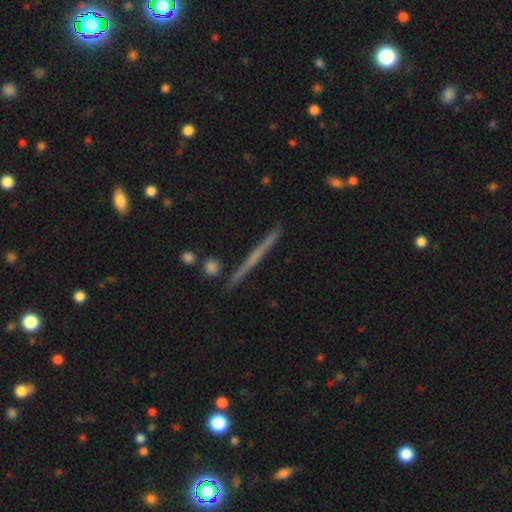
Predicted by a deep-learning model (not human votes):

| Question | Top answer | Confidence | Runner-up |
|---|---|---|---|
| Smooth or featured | featured or disk | 58% | smooth (35%) |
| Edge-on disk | yes | 98% | no (2%) |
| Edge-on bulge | none | 83% | rounded (13%) |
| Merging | none | 90% | minor disturbance (7%) |